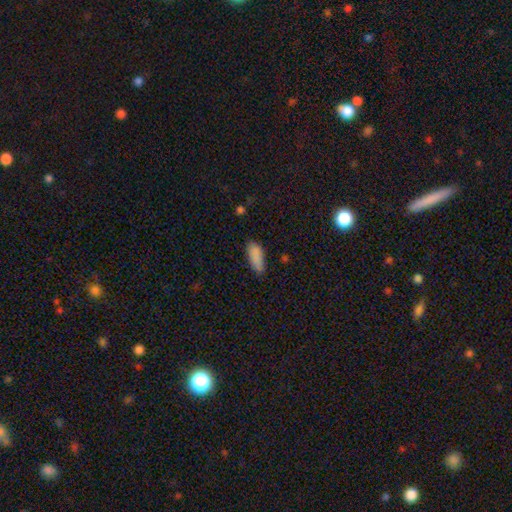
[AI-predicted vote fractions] This appears to be a smooth galaxy with no disk features (87%) that is in between round and cigar-shaped (80%). Merging: none (74%).